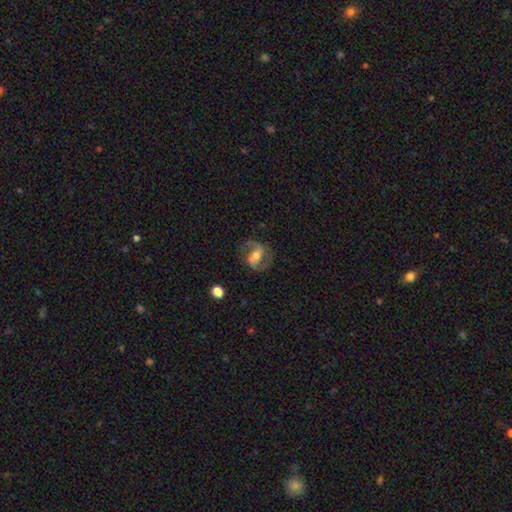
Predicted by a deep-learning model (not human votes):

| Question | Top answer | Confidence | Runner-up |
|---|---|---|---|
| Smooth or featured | featured or disk | 80% | smooth (14%) |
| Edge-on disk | no | 97% | yes (3%) |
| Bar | strong | 39% | tied: weak (39%) |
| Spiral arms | yes | 93% | no (7%) |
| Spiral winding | medium | 55% | loose (25%) |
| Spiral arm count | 2 | 90% | can't tell (4%) |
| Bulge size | moderate | 60% | small (29%) |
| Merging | none | 75% | minor disturbance (15%) |